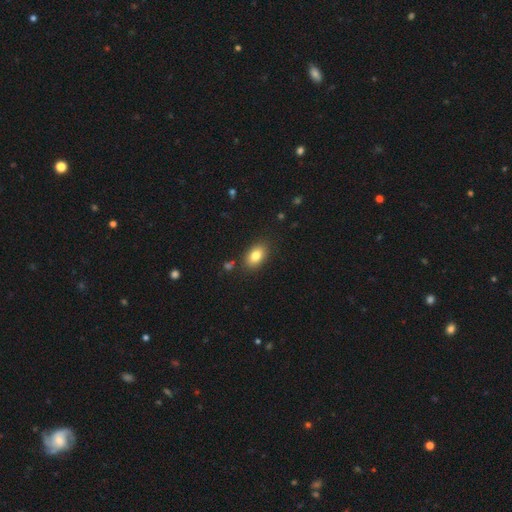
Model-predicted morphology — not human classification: Q: Smooth or featured?
A: smooth (83%); runner-up: featured or disk (9%)
Q: How rounded?
A: in between (88%); runner-up: round (11%)
Q: Merging?
A: none (85%); runner-up: minor disturbance (10%)